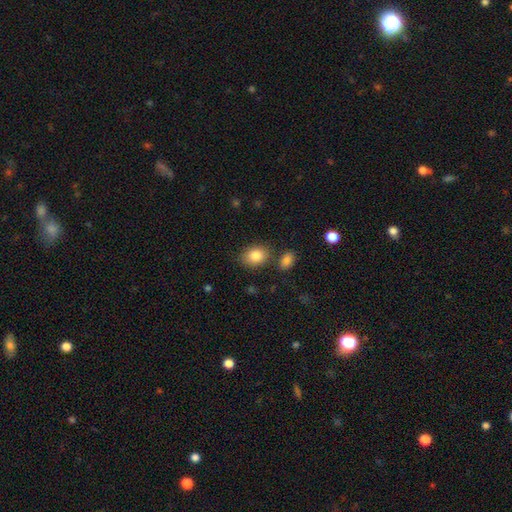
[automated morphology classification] Smooth or featured?
  - smooth: 84% *
  - star or artifact: 8%
  - featured or disk: 7%
How rounded?
  - in between: 65% *
  - round: 34%
  - cigar-shaped: 1%
Merging?
  - none: 78% *
  - minor disturbance: 11%
  - merger: 7%
  - major disturbance: 3%